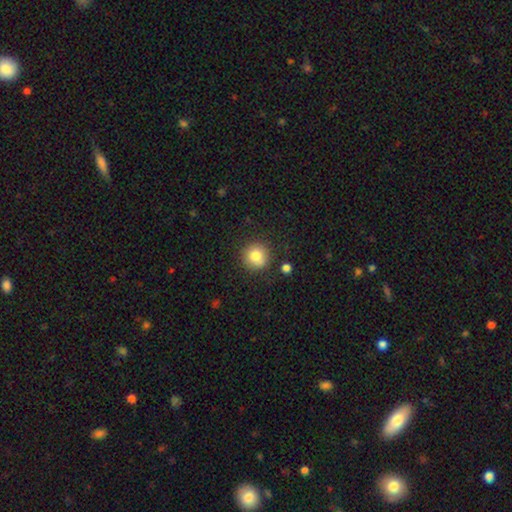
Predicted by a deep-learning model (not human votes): Overall: smooth (80%). How rounded: round (92%). Merging: none (81%).